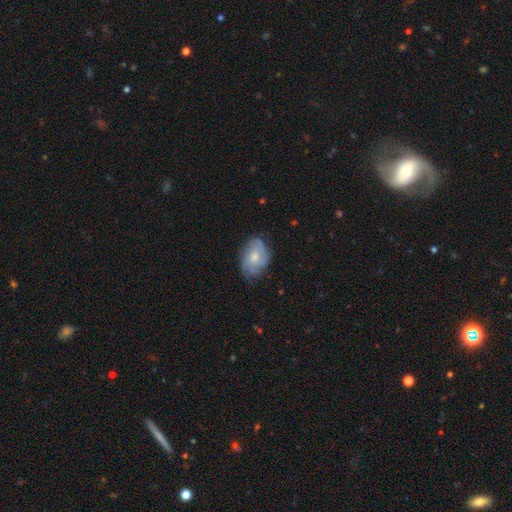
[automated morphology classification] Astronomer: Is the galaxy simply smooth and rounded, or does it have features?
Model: featured or disk — 58% (runner-up: smooth, 35%).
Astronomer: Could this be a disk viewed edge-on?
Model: no — 96%.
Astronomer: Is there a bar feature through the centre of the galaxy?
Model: no — 78%.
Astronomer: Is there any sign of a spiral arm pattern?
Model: yes — 82%.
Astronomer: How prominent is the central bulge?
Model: moderate — 54% (runner-up: small, 39%).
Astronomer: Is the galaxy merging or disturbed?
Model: none — 64%.